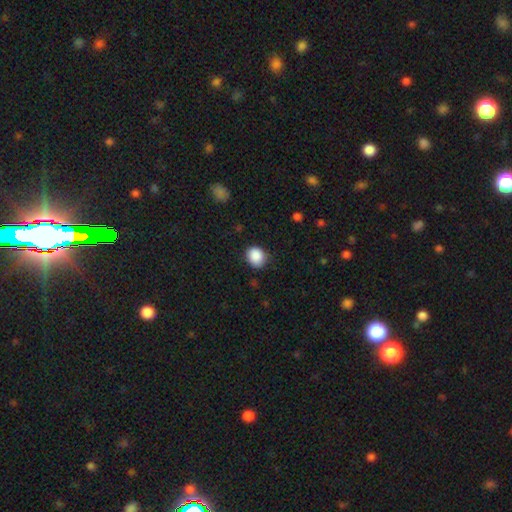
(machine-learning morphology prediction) This is clearly a smooth galaxy (88%). How rounded: likely round (67%). Merging: clearly none (81%).